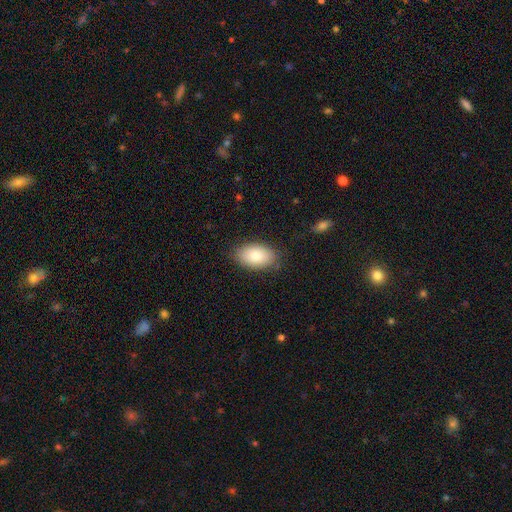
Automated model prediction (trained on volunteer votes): smooth 84%, featured or disk 10%, star or artifact 6%. Down the decision tree: how rounded — in between (93%); merging — none (82%).